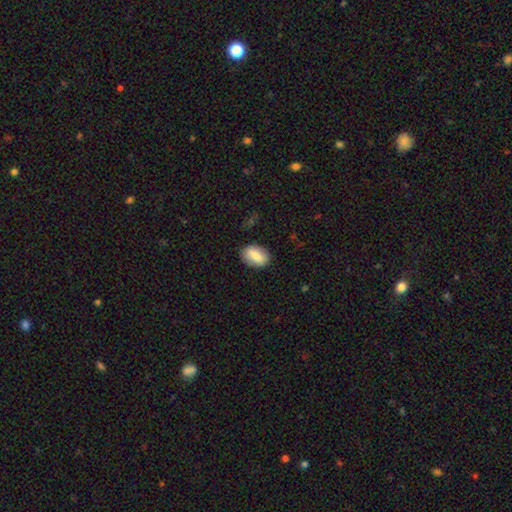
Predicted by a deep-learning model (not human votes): smooth 75%, featured or disk 18%, star or artifact 7%. Down the decision tree: how rounded — in between (84%); merging — none (85%).